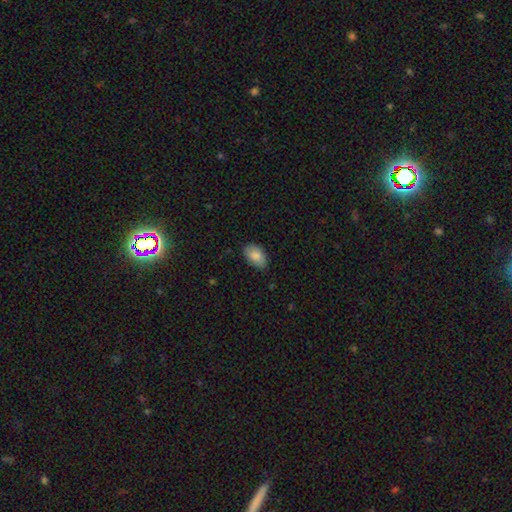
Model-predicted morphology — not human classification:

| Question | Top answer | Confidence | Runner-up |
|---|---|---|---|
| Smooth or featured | smooth | 85% | featured or disk (8%) |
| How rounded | in between | 92% | round (7%) |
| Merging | none | 81% | minor disturbance (15%) |